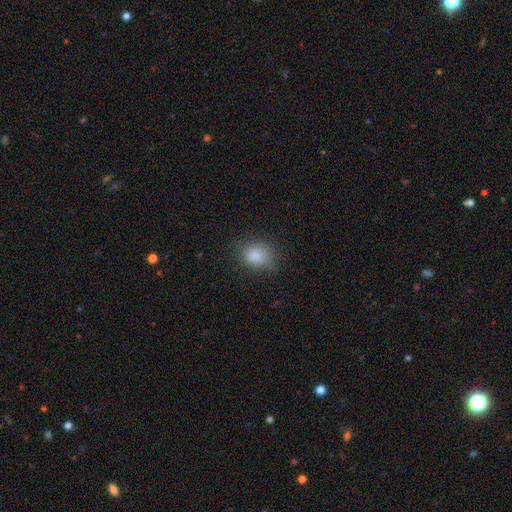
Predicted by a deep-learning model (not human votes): Q: Smooth or featured?
A: smooth (83%); runner-up: star or artifact (10%)
Q: How rounded?
A: round (51%); runner-up: in between (48%)
Q: Merging?
A: none (70%); runner-up: minor disturbance (22%)